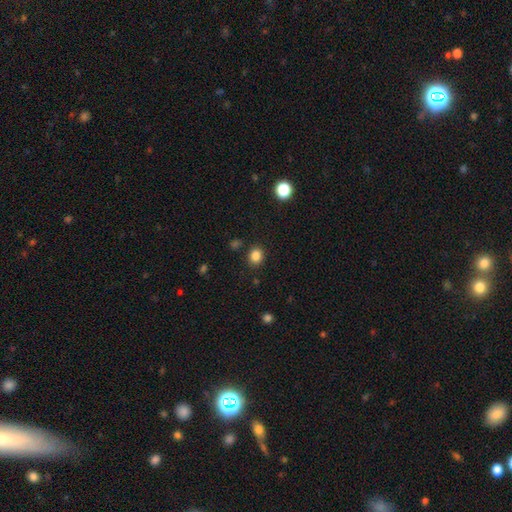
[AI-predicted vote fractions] Morphology: type=smooth (84%); roundness=round (73%); merging=none (88%).